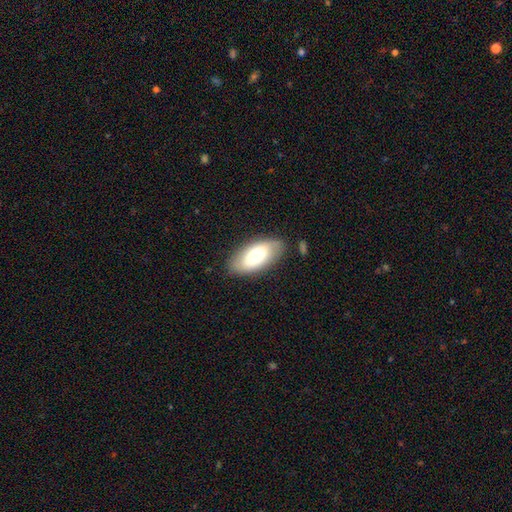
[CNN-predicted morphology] Smooth or featured? Predicted: smooth (p=0.65). How rounded? Predicted: in between (p=0.92). Merging? Predicted: none (p=0.82).